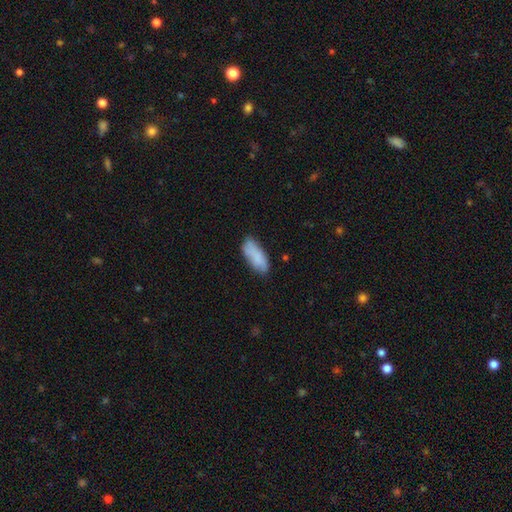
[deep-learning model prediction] Smooth or featured: smooth — 84% (featured or disk — 9%)
How rounded: in between — 78% (cigar-shaped — 20%)
Merging: none — 71% (minor disturbance — 22%)